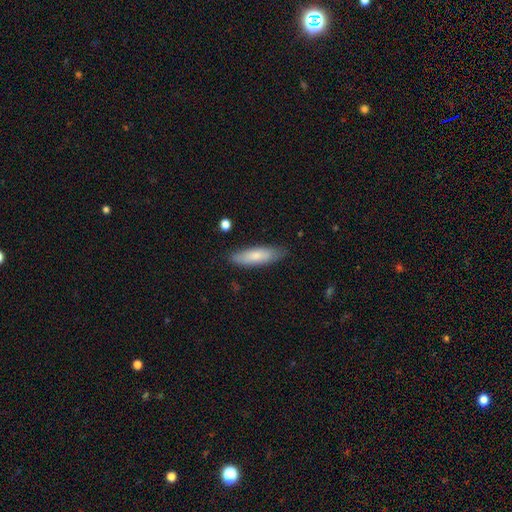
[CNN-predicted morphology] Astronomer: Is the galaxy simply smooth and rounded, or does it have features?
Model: smooth — 77%.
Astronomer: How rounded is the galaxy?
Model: in between — 49%, tied with cigar-shaped at 49%.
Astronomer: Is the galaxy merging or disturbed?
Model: none — 82%.